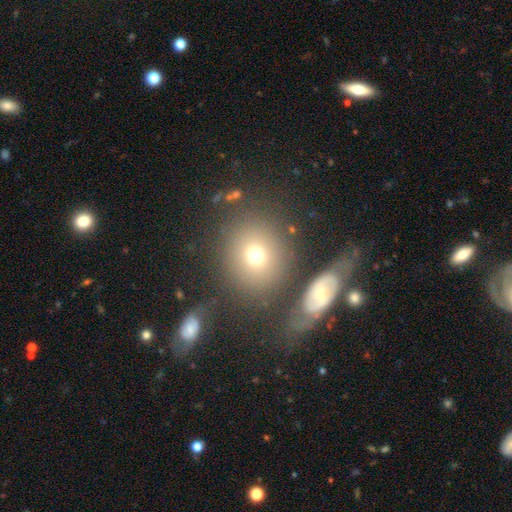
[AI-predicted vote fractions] Overall: smooth (69%). How rounded: round (77%). Merging: none (67%).